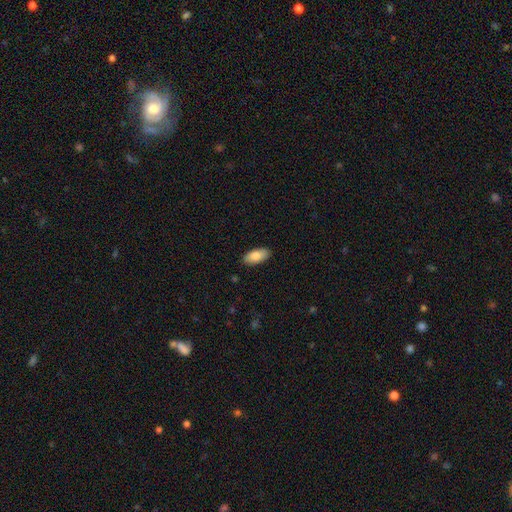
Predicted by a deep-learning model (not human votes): This is clearly a smooth galaxy (82%). How rounded: clearly in between (92%). Merging: clearly none (89%).